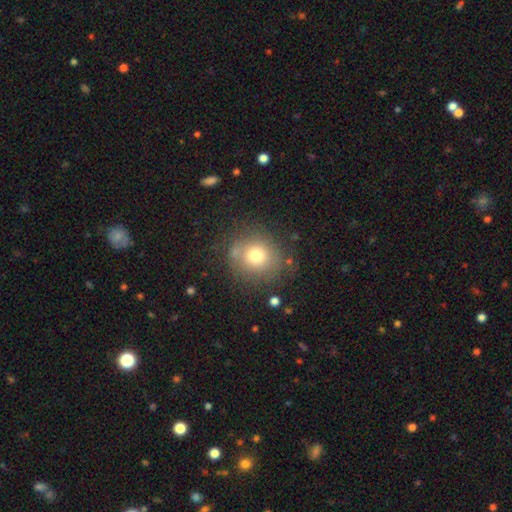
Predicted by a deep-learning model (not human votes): Smooth or featured? Predicted: smooth (p=0.72). How rounded? Predicted: round (p=0.86). Merging? Predicted: none (p=0.77).